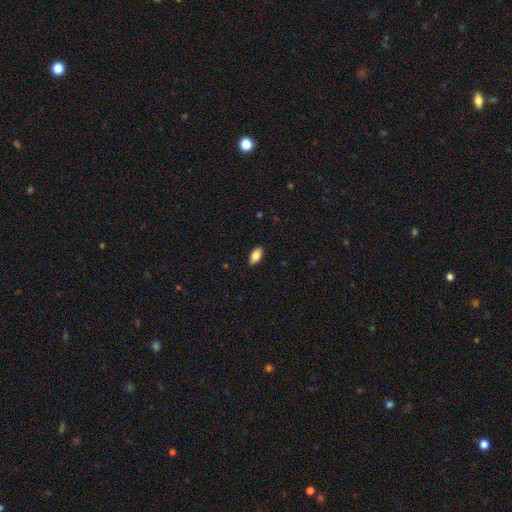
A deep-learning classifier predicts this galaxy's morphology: Overall: smooth (83%). How rounded: in between (93%). Merging: none (89%).